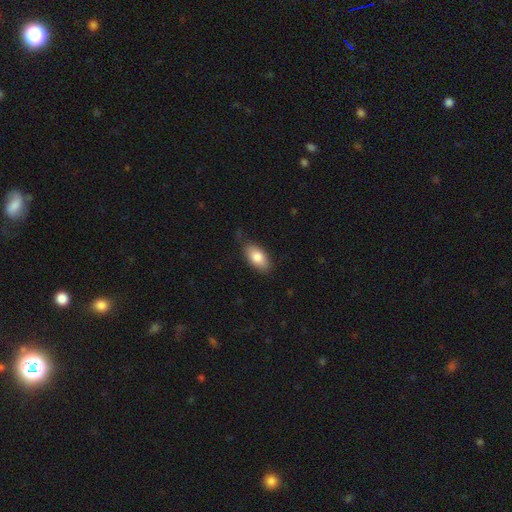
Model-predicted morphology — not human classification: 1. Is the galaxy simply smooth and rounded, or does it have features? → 82% smooth, 11% featured or disk, 7% star or artifact.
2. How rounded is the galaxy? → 91% in between, 5% cigar-shaped, 3% round.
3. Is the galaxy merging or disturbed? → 74% none, 21% minor disturbance, 4% major disturbance, 1% merger.